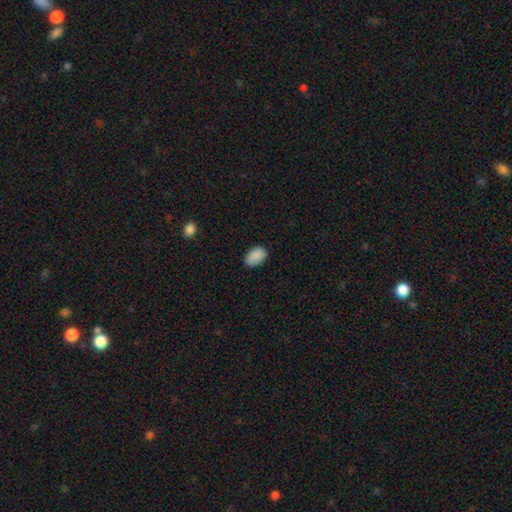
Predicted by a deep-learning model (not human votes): smooth 89%, star or artifact 8%, featured or disk 3%. Down the decision tree: how rounded — in between (89%); merging — none (81%).